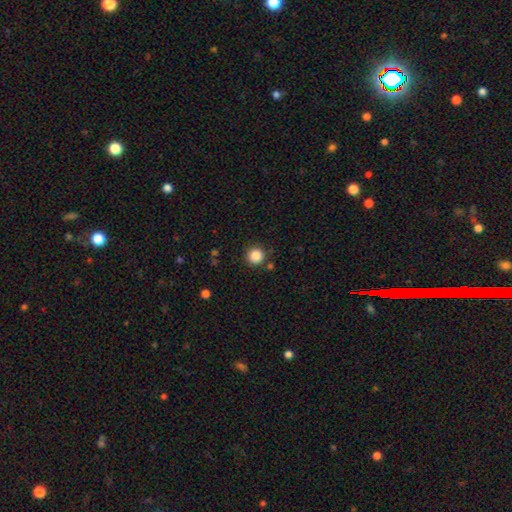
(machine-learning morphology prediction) This appears to be a smooth galaxy with no disk features (86%) that is round (95%). Merging: none (87%).